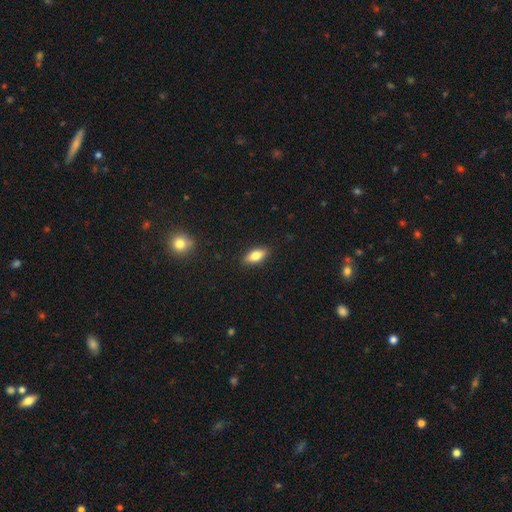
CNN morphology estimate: The model was most divided on "smooth or featured": smooth: 79%, featured or disk: 13%, star or artifact: 7%. More confident: merging — none (89%); how rounded — in between (85%).